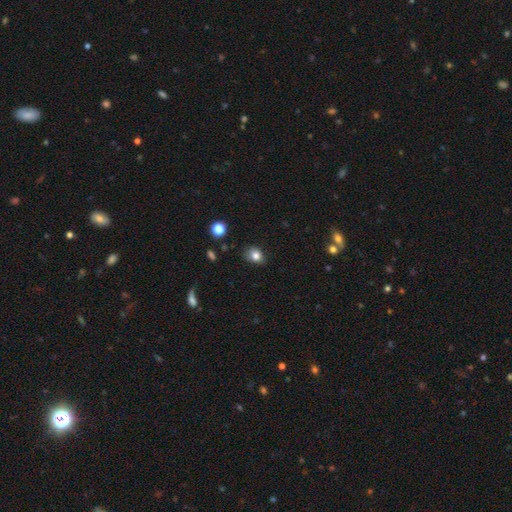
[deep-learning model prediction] smooth_or_featured: smooth (p=0.81) [alt: star or artifact p=0.12]
how_rounded: in between (p=0.51) [alt: round p=0.48]
merging: none (p=0.73) [alt: minor disturbance p=0.21]